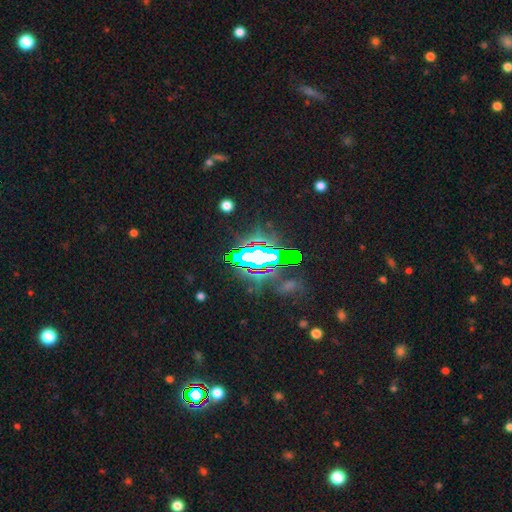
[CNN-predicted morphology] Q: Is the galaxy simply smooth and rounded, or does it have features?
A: star or artifact — 71%.